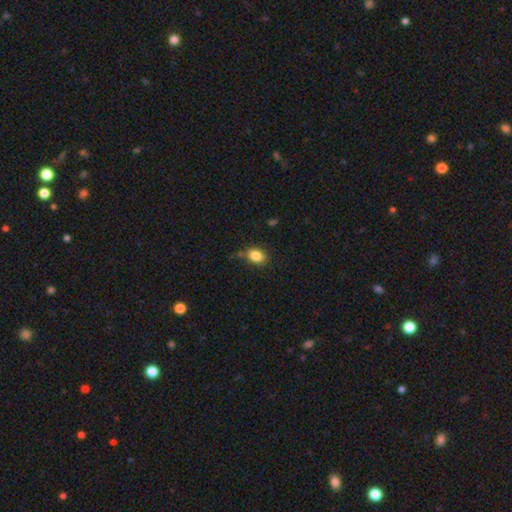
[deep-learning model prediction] smooth_or_featured: smooth (p=0.85) [alt: star or artifact p=0.10]
how_rounded: in between (p=0.67) [alt: round p=0.32]
merging: none (p=0.79) [alt: minor disturbance p=0.14]